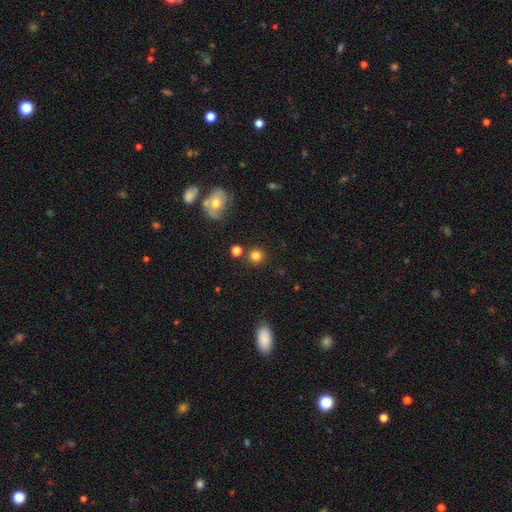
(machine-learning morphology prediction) Smooth or featured? Predicted: smooth (p=0.79). How rounded? Predicted: round (p=0.92). Merging? Predicted: none (p=0.83).